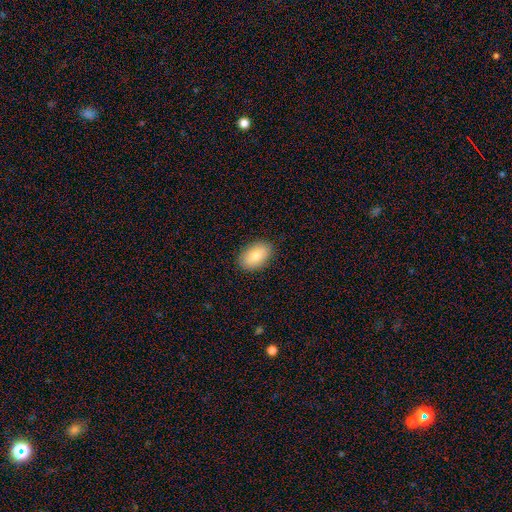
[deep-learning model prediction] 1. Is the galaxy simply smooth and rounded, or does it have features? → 81% smooth, 12% featured or disk, 7% star or artifact.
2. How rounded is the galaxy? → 90% in between, 9% round, 1% cigar-shaped.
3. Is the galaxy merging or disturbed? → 88% none, 9% minor disturbance, 2% major disturbance, 1% merger.